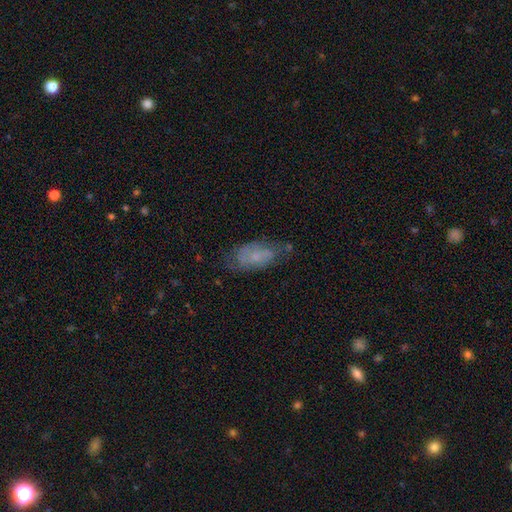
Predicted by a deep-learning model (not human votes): smooth_or_featured: smooth (p=0.51) [alt: featured or disk p=0.40]
how_rounded: in between (p=0.87) [alt: cigar-shaped p=0.10]
merging: none (p=0.57) [alt: minor disturbance p=0.29]